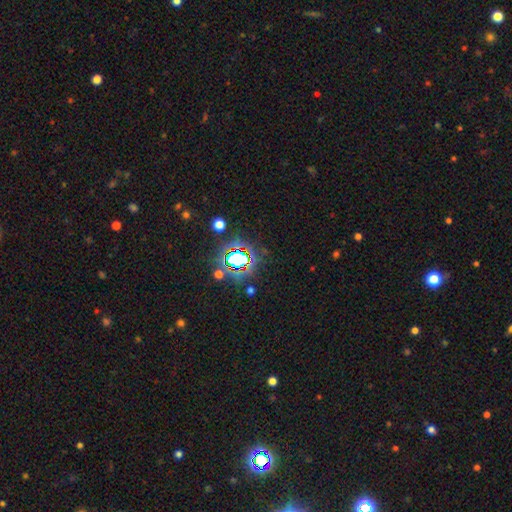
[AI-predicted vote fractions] Overall: star or artifact (81%).